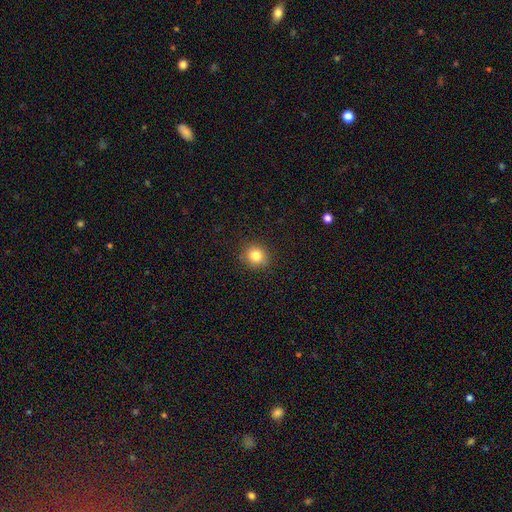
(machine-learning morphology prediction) Q: Smooth or featured?
A: smooth (82%); runner-up: star or artifact (11%)
Q: How rounded?
A: round (82%); runner-up: in between (17%)
Q: Merging?
A: none (89%); runner-up: minor disturbance (8%)